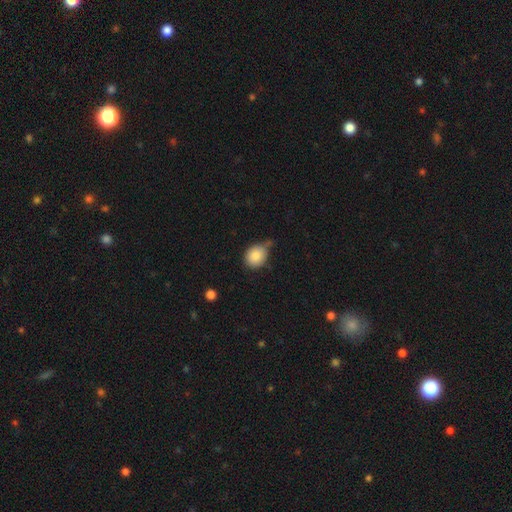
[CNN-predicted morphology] A smooth galaxy with no disk features (85%) that is round (66%).

Vote fractions:
- Smooth or featured? smooth: 85% / star or artifact: 8% / featured or disk: 7%
- How rounded? round: 66% / in between: 33% / cigar-shaped: 1%
- Merging? none: 56% / minor disturbance: 29% / merger: 9% / major disturbance: 6%